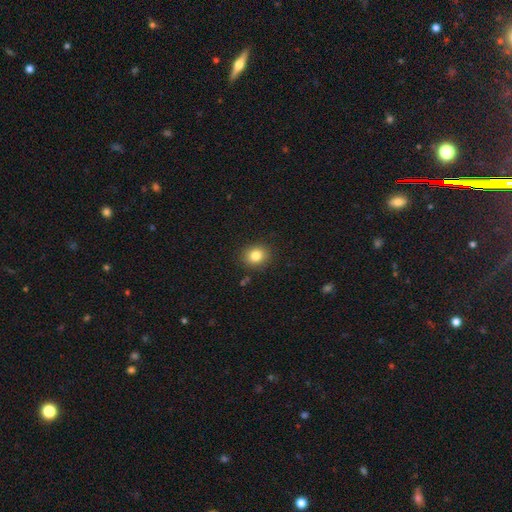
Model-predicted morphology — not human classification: smooth-or-featured: smooth: 83% | star or artifact: 10% | featured or disk: 7%
  how-rounded: round: 71% | in between: 28% | cigar-shaped: 1%
  merging: none: 88% | minor disturbance: 8% | major disturbance: 2% | merger: 1%